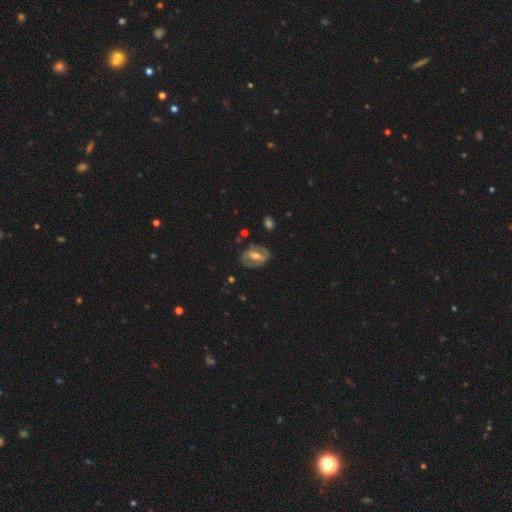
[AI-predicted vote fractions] Smooth or featured?
  - featured or disk: 61% *
  - smooth: 32%
  - star or artifact: 6%
Edge-on disk?
  - no: 93% *
  - yes: 7%
Bar?
  - strong: 37% * (tied)
  - weak: 37% * (tied)
  - no: 25%
Spiral arms?
  - no: 59% *
  - yes: 41%
Bulge size?
  - moderate: 71% *
  - small: 19%
  - large: 7%
  - none: 1%
  - dominant: 1%
Merging?
  - none: 73% *
  - minor disturbance: 19%
  - major disturbance: 7%
  - merger: 2%